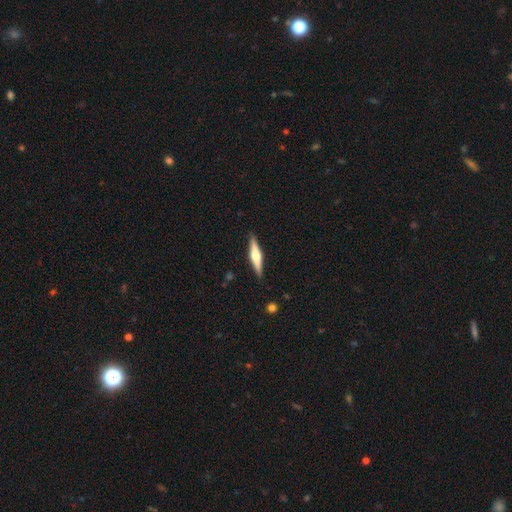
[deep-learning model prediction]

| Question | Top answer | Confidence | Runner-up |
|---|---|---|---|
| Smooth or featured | featured or disk | 63% | smooth (32%) |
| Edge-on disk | yes | 97% | no (3%) |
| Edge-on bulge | rounded | 89% | boxy (7%) |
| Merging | none | 90% | minor disturbance (7%) |